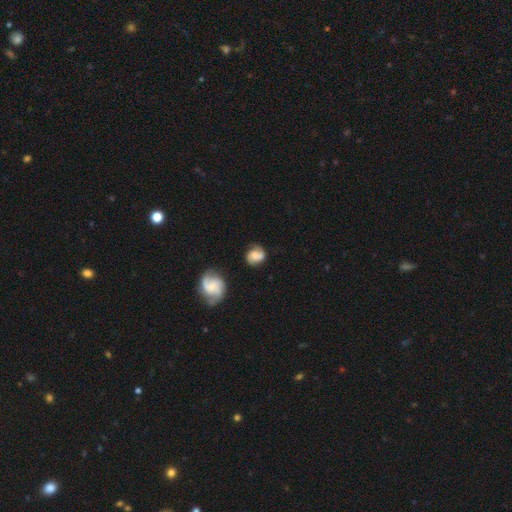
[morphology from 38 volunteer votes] smooth_or_featured: featured or disk (p=0.76) [alt: smooth p=0.24]
disk_edge_on: no (p=0.97) [alt: yes p=0.03]
bar: no (p=0.68) [alt: weak p=0.32]
has_spiral_arms: yes (p=0.86) [alt: no p=0.14]
spiral_winding: tight (p=0.46) [alt: medium p=0.38]
spiral_arm_count: 2 (p=0.75) [alt: can't tell p=0.12]
bulge_size: none (p=0.39) [alt: moderate p=0.29]
merging: none (p=0.79) [alt: minor disturbance p=0.16]